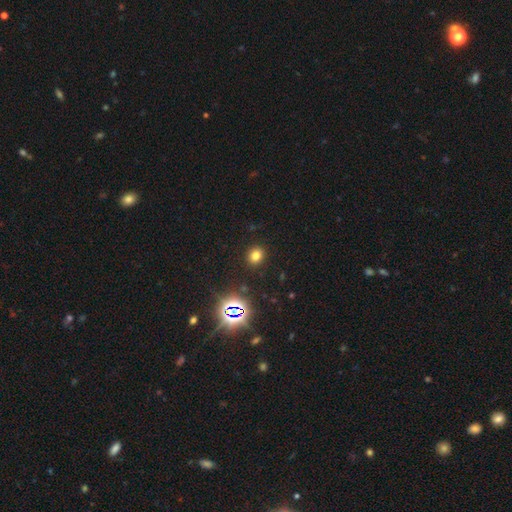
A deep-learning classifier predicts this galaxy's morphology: smooth_or_featured: smooth (p=0.73) [alt: star or artifact p=0.21]
how_rounded: round (p=0.68) [alt: in between p=0.31]
merging: none (p=0.90) [alt: minor disturbance p=0.06]